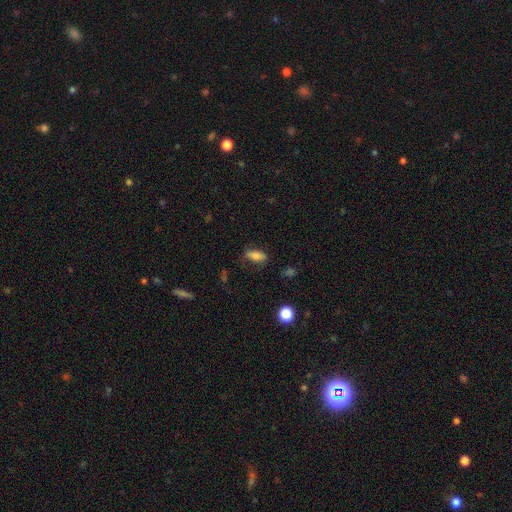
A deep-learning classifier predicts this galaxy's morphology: Smooth or featured?
  - smooth: 74% *
  - featured or disk: 16%
  - star or artifact: 10%
How rounded?
  - in between: 78% *
  - cigar-shaped: 17%
  - round: 5%
Merging?
  - none: 71% *
  - minor disturbance: 20%
  - major disturbance: 7%
  - merger: 2%